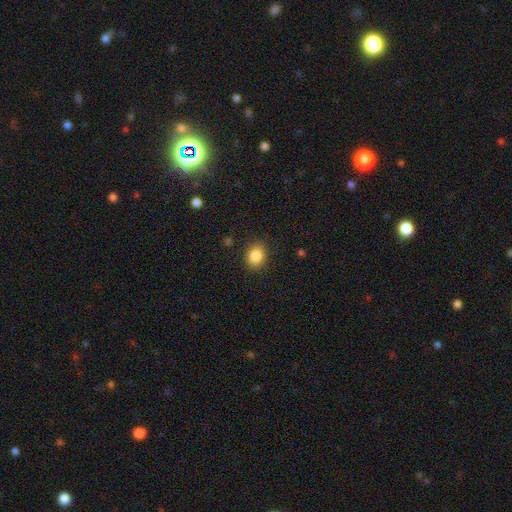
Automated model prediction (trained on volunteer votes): Overall: smooth (85%). How rounded: round (55%; in between 44%). Merging: none (87%).